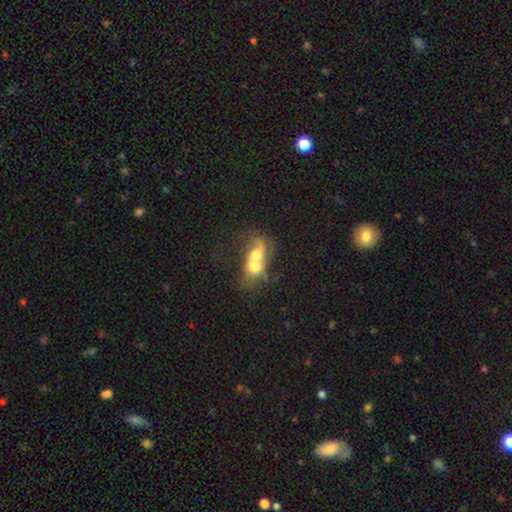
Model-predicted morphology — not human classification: smooth 53%, featured or disk 38%, star or artifact 10%. Down the decision tree: how rounded — in between (60%); merging — merger (80%).